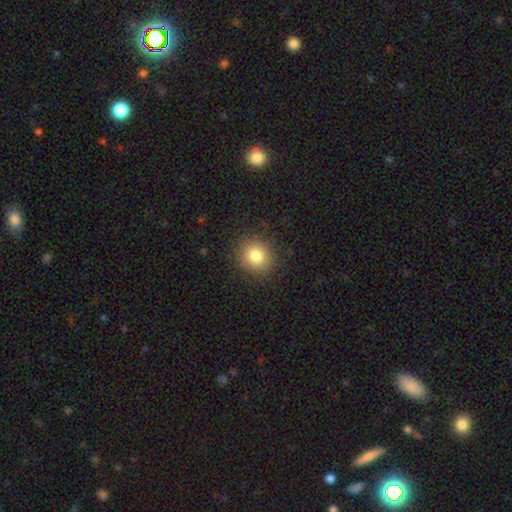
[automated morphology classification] Smooth or featured? Predicted: smooth (p=0.81). How rounded? Predicted: round (p=0.87). Merging? Predicted: none (p=0.89).